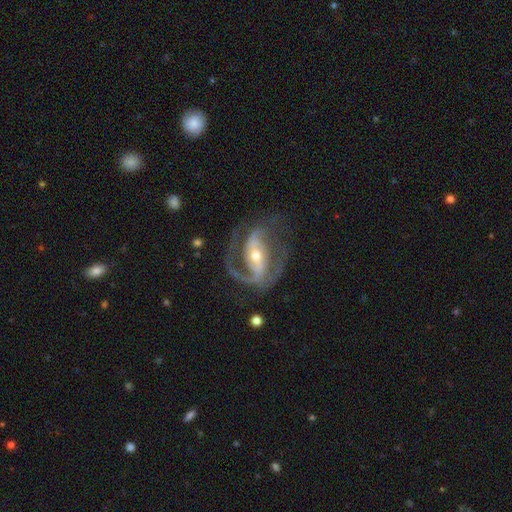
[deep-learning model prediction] Q: Smooth or featured?
A: featured or disk (90%); runner-up: smooth (5%)
Q: Edge-on disk?
A: no (96%); runner-up: yes (4%)
Q: Bar?
A: strong (55%); runner-up: weak (28%)
Q: Spiral arms?
A: yes (96%); runner-up: no (4%)
Q: Spiral winding?
A: medium (55%); runner-up: tight (26%)
Q: Spiral arm count?
A: 2 (82%); runner-up: 1 (8%)
Q: Bulge size?
A: moderate (49%); runner-up: small (46%)
Q: Merging?
A: none (66%); runner-up: minor disturbance (17%)